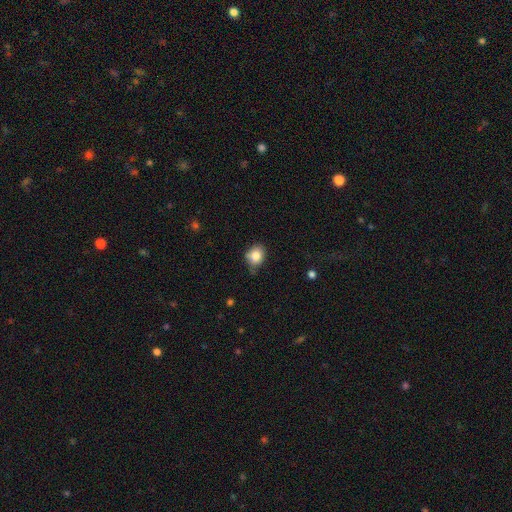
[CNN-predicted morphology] Overall: smooth (83%). How rounded: round (59%; in between 40%). Merging: none (67%).